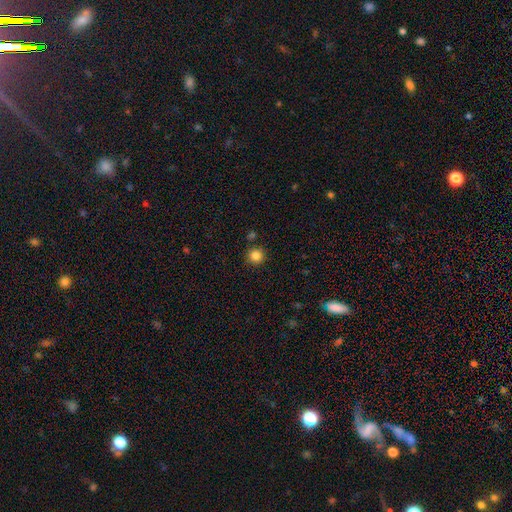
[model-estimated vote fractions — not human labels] Overall: smooth (84%). How rounded: round (95%). Merging: none (88%).